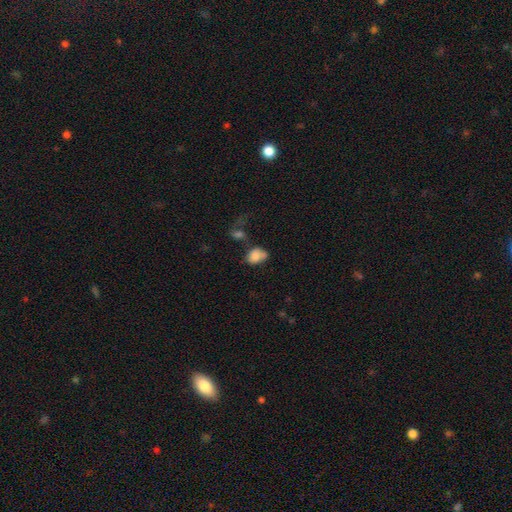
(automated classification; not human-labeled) smooth_or_featured: smooth (p=0.77) [alt: featured or disk p=0.13]
how_rounded: in between (p=0.71) [alt: round p=0.27]
merging: none (p=0.34) [alt: merger p=0.26]